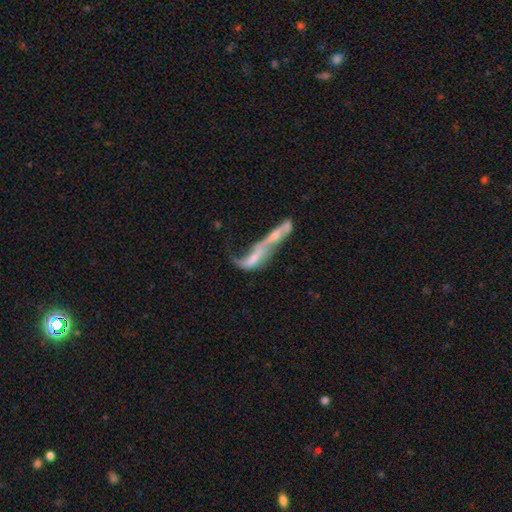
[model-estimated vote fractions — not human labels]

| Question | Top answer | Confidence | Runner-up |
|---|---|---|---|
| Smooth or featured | featured or disk | 59% | smooth (30%) |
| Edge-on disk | no | 79% | yes (21%) |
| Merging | merger | 60% | major disturbance (20%) |